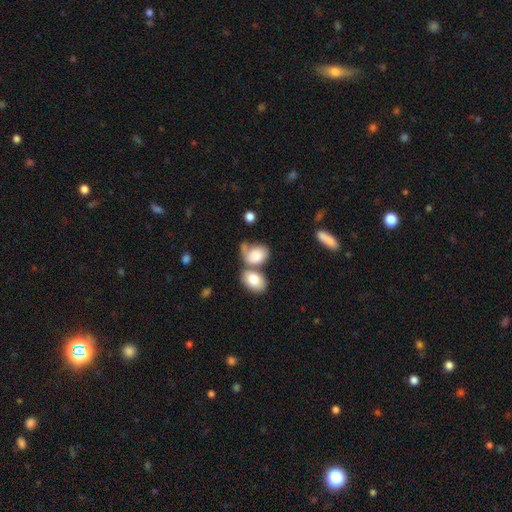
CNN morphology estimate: Smooth or featured: smooth — 78% (featured or disk — 15%)
How rounded: in between — 76% (round — 22%)
Merging: merger — 44% (none — 24%)